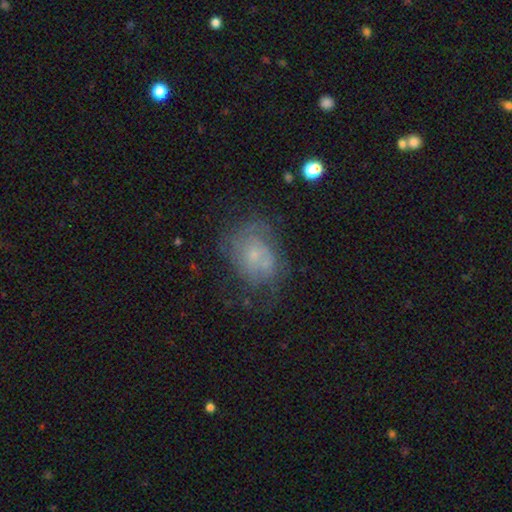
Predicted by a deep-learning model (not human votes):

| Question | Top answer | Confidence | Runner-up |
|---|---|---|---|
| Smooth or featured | featured or disk | 56% | smooth (32%) |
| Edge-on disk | no | 97% | yes (3%) |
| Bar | no | 79% | weak (18%) |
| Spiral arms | yes | 64% | no (36%) |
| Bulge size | small | 70% | moderate (19%) |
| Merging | none | 50% | minor disturbance (25%) |